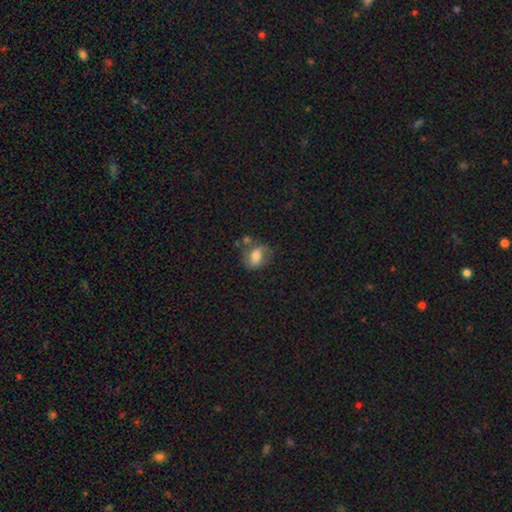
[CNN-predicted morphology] A smooth galaxy with no disk features (62%) that is in between round and cigar-shaped (62%).

Vote fractions:
- Smooth or featured? smooth: 62% / featured or disk: 29% / star or artifact: 8%
- How rounded? in between: 62% / round: 36% / cigar-shaped: 2%
- Merging? none: 55% / minor disturbance: 23% / merger: 12% / major disturbance: 10%